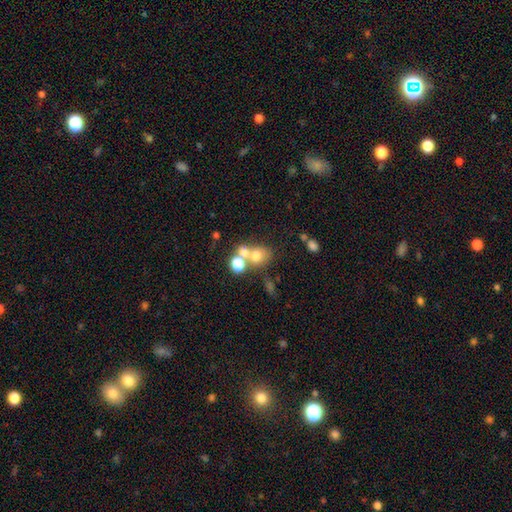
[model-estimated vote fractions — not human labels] smooth_or_featured: smooth (p=0.63) [alt: featured or disk p=0.20]
how_rounded: round (p=0.63) [alt: in between p=0.36]
merging: merger (p=0.49) [alt: none p=0.35]